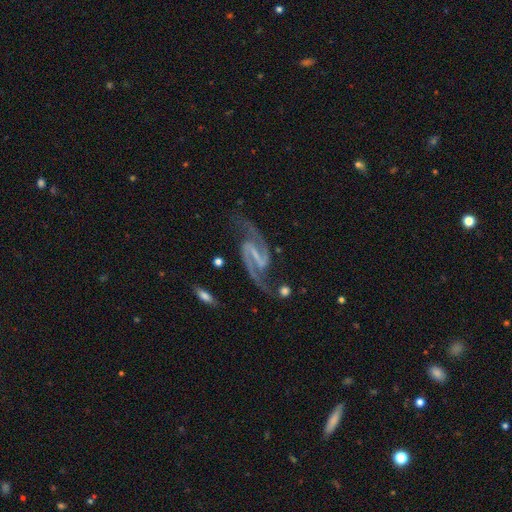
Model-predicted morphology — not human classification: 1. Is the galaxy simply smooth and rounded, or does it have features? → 93% featured or disk, 4% star or artifact, 3% smooth.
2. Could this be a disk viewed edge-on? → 97% no, 3% yes.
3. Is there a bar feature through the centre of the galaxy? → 51% strong, 37% weak, 12% no.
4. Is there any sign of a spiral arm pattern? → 98% yes, 2% no.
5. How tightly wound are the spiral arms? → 56% medium, 32% loose, 12% tight.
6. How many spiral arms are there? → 94% 2, 1% can't tell, 1% 1, 1% 3, 1% 4, 1% more than 4.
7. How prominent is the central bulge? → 45% none, 43% small, 10% moderate, 1% large, 1% dominant.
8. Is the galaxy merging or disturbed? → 74% none, 15% minor disturbance, 8% major disturbance, 3% merger.